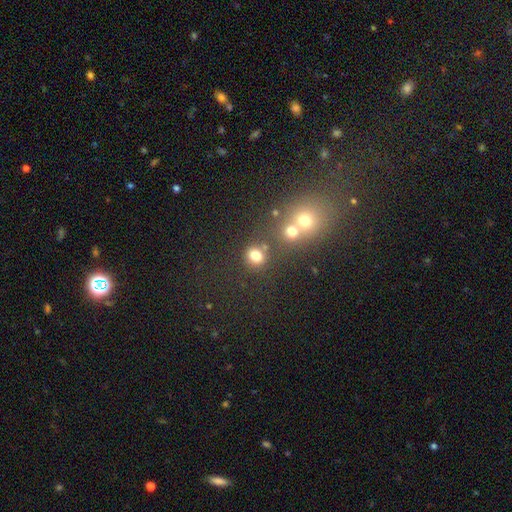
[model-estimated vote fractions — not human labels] Smooth or featured?
  - smooth: 76% *
  - star or artifact: 17%
  - featured or disk: 7%
How rounded?
  - round: 81% *
  - in between: 18%
  - cigar-shaped: 1%
Merging?
  - none: 70% *
  - merger: 17%
  - minor disturbance: 9%
  - major disturbance: 4%